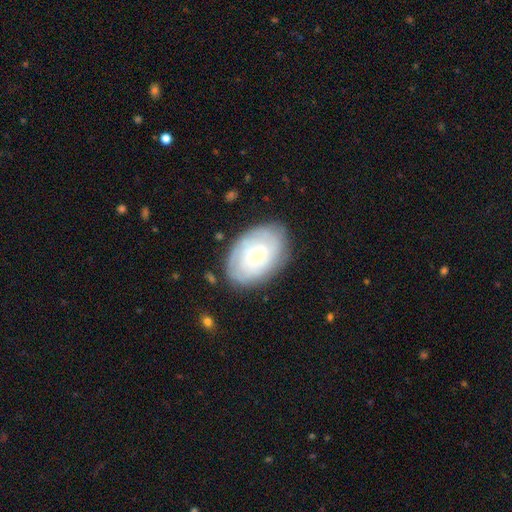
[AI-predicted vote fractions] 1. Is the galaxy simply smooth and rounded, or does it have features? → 60% featured or disk, 34% smooth, 7% star or artifact.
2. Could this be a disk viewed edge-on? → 94% no, 6% yes.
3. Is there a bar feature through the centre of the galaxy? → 83% no, 14% weak, 3% strong.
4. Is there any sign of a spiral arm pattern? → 67% yes, 33% no.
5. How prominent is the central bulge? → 49% moderate, 46% small, 3% large, 1% none, 1% dominant.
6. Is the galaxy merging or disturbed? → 79% none, 15% minor disturbance, 4% major disturbance, 1% merger.